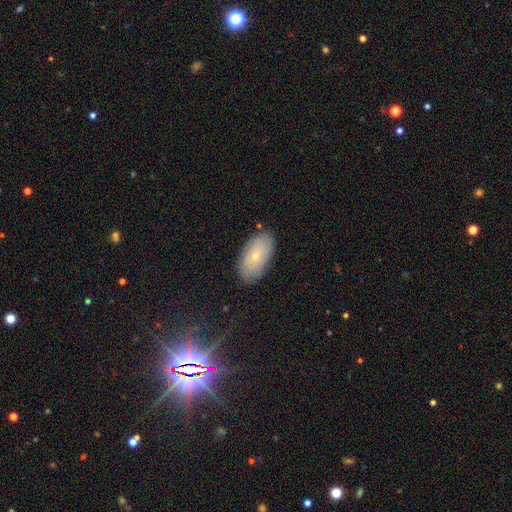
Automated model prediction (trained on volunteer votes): Overall: smooth (56%; featured or disk 36%). How rounded: in between (93%). Merging: none (84%).